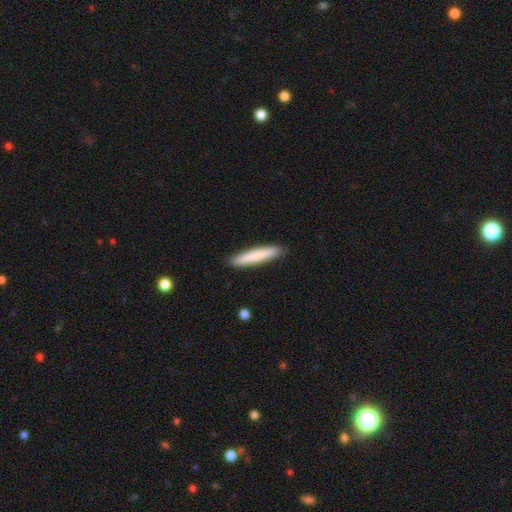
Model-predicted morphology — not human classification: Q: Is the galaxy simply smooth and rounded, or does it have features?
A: smooth — 81%.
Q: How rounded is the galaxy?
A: cigar-shaped — 92%.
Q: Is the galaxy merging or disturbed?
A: none — 90%.